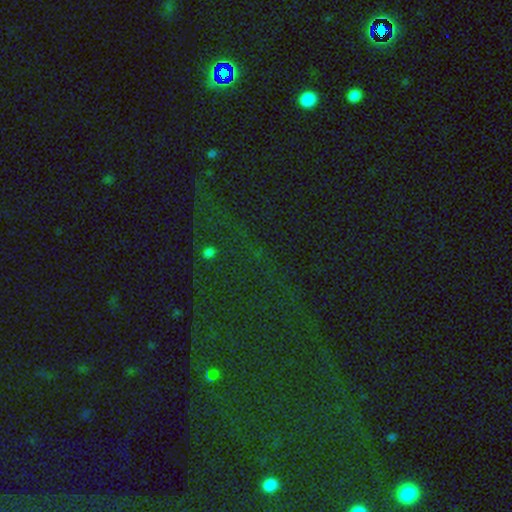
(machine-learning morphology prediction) Smooth or featured? Predicted: star or artifact (p=0.79).